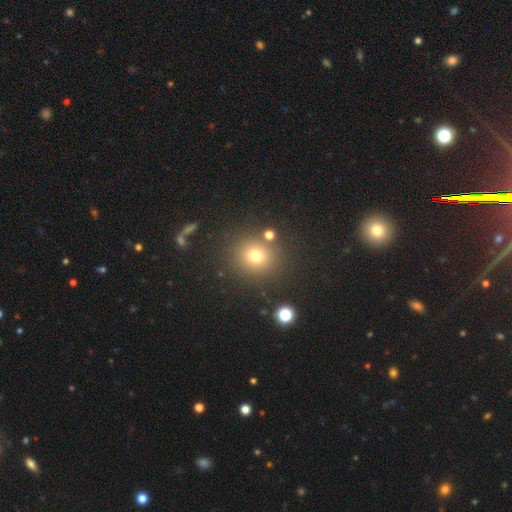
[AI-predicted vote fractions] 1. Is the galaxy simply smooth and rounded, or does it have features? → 73% smooth, 18% star or artifact, 9% featured or disk.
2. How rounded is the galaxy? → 90% round, 9% in between, 1% cigar-shaped.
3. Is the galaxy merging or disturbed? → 84% none, 7% minor disturbance, 5% merger, 3% major disturbance.